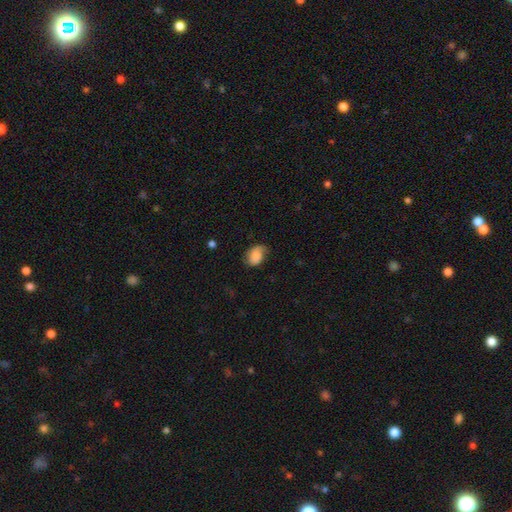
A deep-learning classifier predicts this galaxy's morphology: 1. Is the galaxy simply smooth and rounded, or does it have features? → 72% smooth, 20% featured or disk, 9% star or artifact.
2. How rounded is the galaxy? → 72% in between, 27% round, 1% cigar-shaped.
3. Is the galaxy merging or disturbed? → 55% none, 33% minor disturbance, 11% major disturbance, 1% merger.